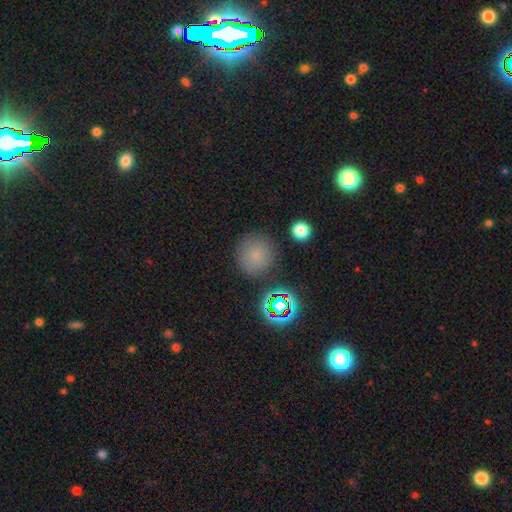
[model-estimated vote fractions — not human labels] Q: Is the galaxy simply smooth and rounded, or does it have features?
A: smooth — 74%.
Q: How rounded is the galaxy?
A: round — 93%.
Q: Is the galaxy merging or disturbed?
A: none — 84%.